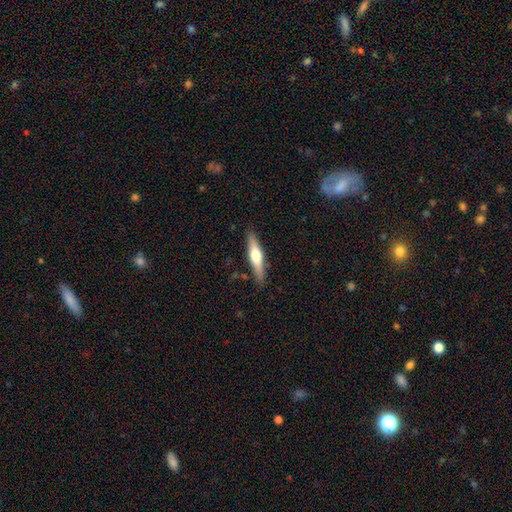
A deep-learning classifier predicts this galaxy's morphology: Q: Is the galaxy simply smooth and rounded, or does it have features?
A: featured or disk — 52%.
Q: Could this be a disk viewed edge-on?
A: yes — 95%.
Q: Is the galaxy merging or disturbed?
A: none — 87%.